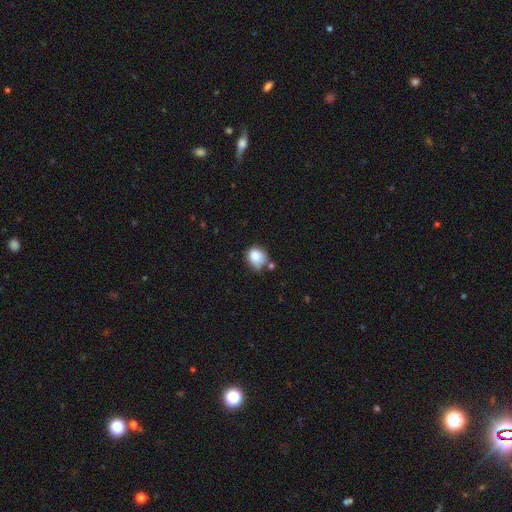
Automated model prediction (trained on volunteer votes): This appears to be a smooth galaxy with no disk features (82%) that is round (76%). Merging: none (55%).